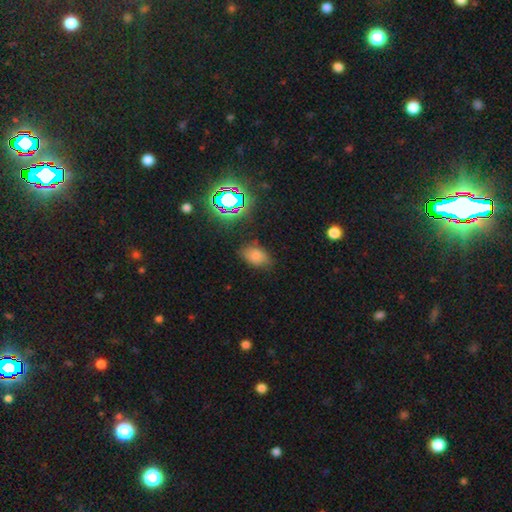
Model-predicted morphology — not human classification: smooth_or_featured: smooth (p=0.70) [alt: star or artifact p=0.20]
how_rounded: in between (p=0.86) [alt: round p=0.13]
merging: none (p=0.71) [alt: minor disturbance p=0.20]